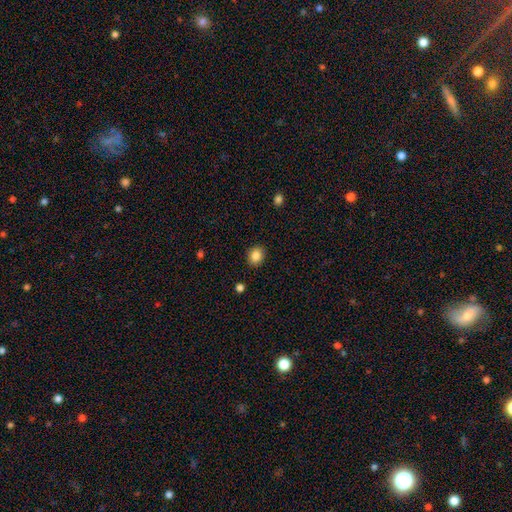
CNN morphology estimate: smooth-or-featured: smooth: 86% | star or artifact: 9% | featured or disk: 5%
  how-rounded: round: 60% | in between: 39% | cigar-shaped: 1%
  merging: none: 89% | minor disturbance: 8% | major disturbance: 2% | merger: 1%